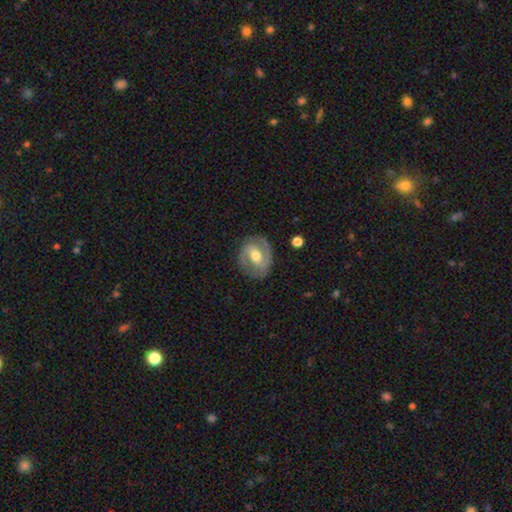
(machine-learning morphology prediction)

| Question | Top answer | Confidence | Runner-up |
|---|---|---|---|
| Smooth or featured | featured or disk | 78% | smooth (17%) |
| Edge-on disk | no | 97% | yes (3%) |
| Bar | weak | 46% | no (30%) |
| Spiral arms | yes | 88% | no (12%) |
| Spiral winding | medium | 46% | tight (41%) |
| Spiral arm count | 2 | 85% | can't tell (7%) |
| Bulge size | moderate | 74% | small (17%) |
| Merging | none | 80% | minor disturbance (14%) |